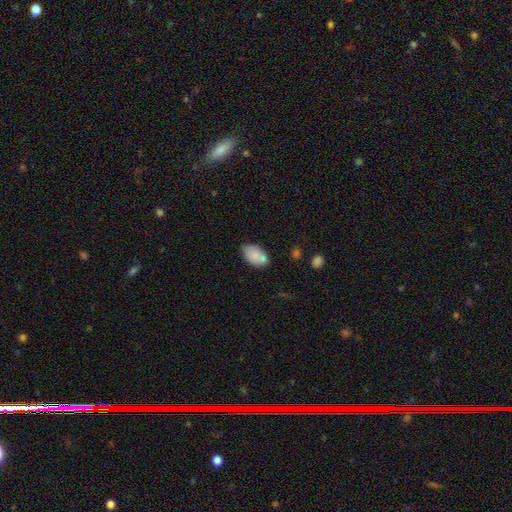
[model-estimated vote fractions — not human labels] This is clearly a smooth galaxy (83%). How rounded: clearly in between (92%). Merging: likely none (61%).